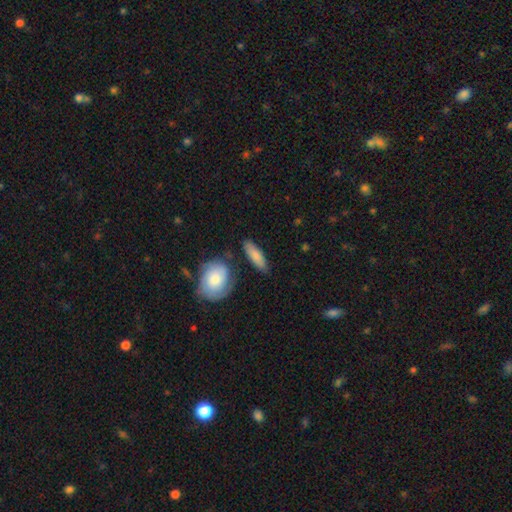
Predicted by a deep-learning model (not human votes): A smooth galaxy with no disk features (78%) that is in between round and cigar-shaped (56%).

Vote fractions:
- Smooth or featured? smooth: 78% / featured or disk: 17% / star or artifact: 6%
- How rounded? in between: 56% / cigar-shaped: 40% / round: 4%
- Merging? none: 76% / minor disturbance: 14% / merger: 6% / major disturbance: 4%